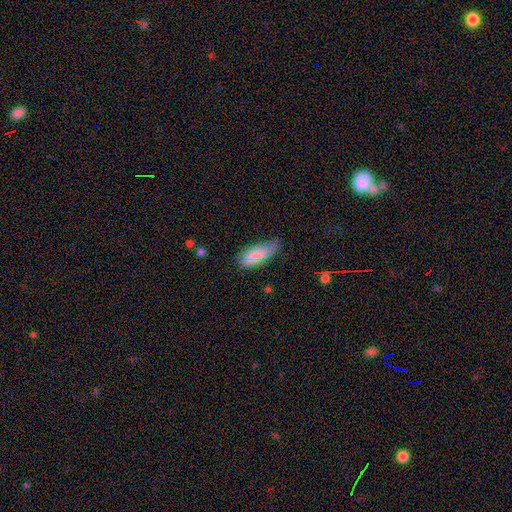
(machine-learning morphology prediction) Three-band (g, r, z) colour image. It shows a smooth galaxy with no disk features (78%) that is in between round and cigar-shaped (77%). Merging: none (69%).